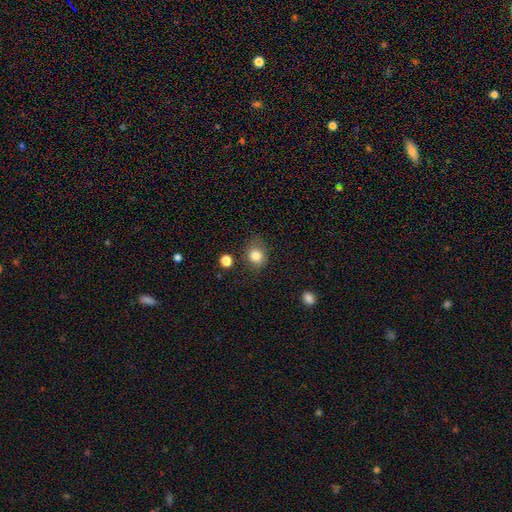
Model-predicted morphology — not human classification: Smooth or featured: smooth — 82% (star or artifact — 11%)
How rounded: round — 73% (in between — 26%)
Merging: none — 74% (minor disturbance — 17%)